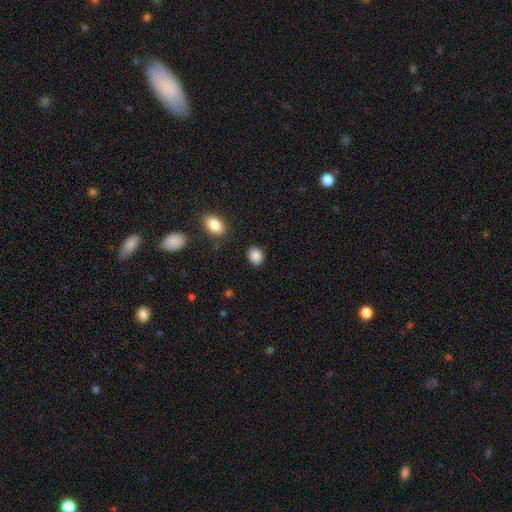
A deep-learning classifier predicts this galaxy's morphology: smooth 89%, star or artifact 8%, featured or disk 3%. Down the decision tree: how rounded — in between (54%); merging — none (86%).